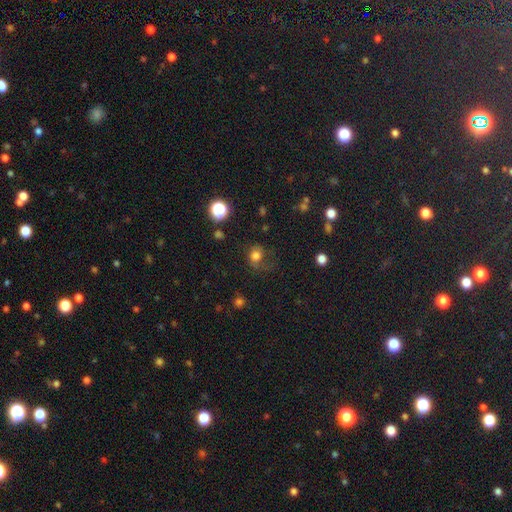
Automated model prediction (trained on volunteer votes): Morphology: type=smooth (72%); roundness=round (67%); merging=none (46%).